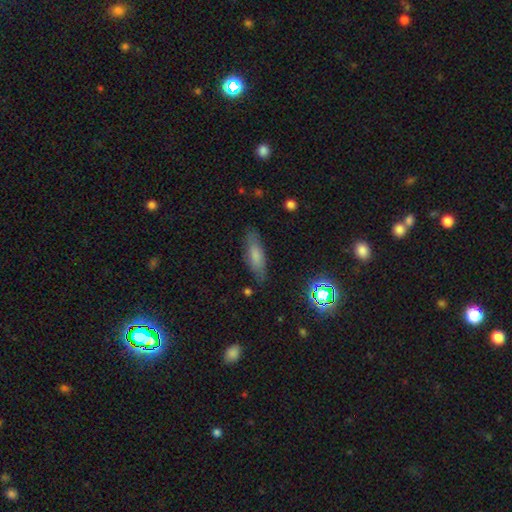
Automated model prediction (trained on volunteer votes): smooth_or_featured: smooth (p=0.67) [alt: featured or disk p=0.22]
how_rounded: in between (p=0.52) [alt: cigar-shaped p=0.45]
merging: none (p=0.78) [alt: minor disturbance p=0.16]